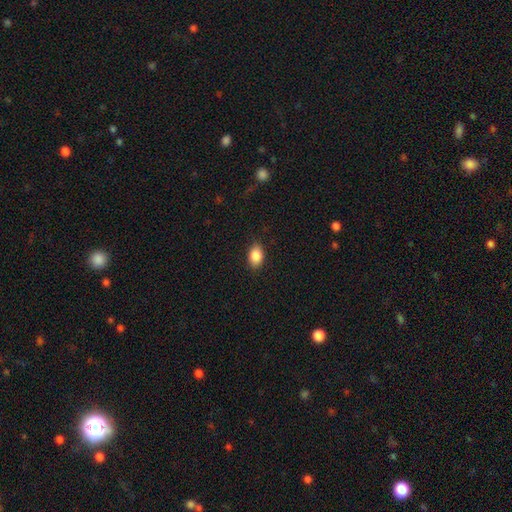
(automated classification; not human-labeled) This is clearly a smooth galaxy (87%). How rounded: clearly in between (81%). Merging: clearly none (88%).